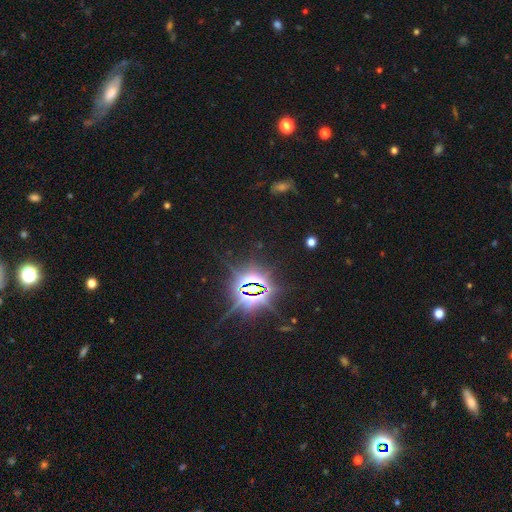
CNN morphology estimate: Smooth or featured: star or artifact — 85% (smooth — 8%)